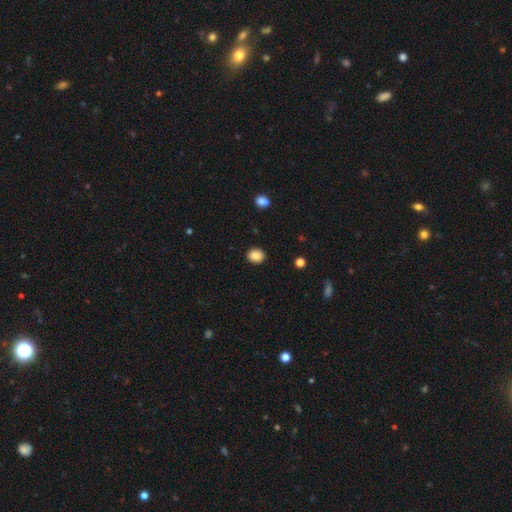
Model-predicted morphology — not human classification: Smooth or featured? Predicted: smooth (p=0.87). How rounded? Predicted: round (p=0.67). Merging? Predicted: none (p=0.89).